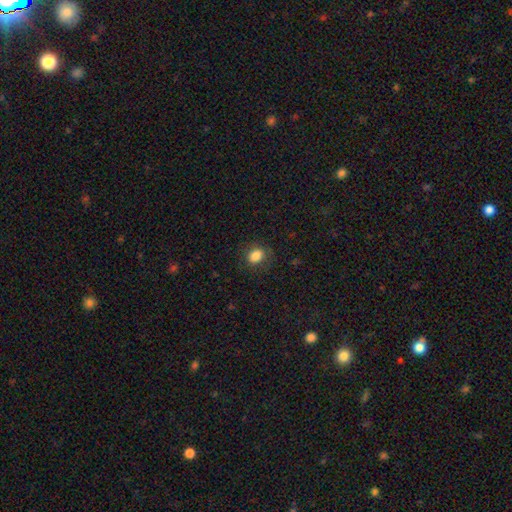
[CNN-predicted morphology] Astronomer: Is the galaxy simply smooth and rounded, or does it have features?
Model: smooth — 84%.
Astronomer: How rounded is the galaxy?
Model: in between — 51% (runner-up: round, 48%).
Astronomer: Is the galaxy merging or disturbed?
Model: none — 80%.